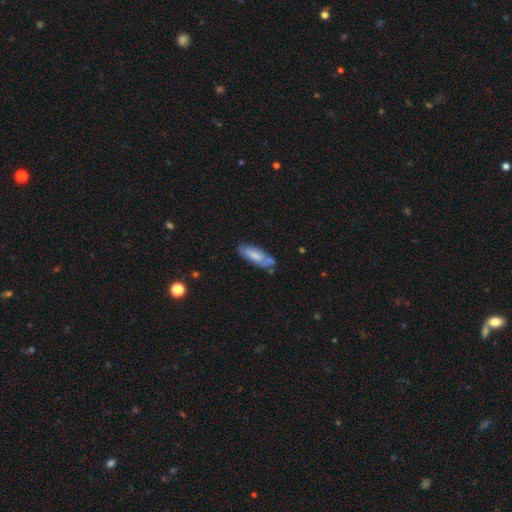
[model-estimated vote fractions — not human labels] smooth 63%, featured or disk 31%, star or artifact 7%. Down the decision tree: how rounded — in between (65%); merging — none (56%).